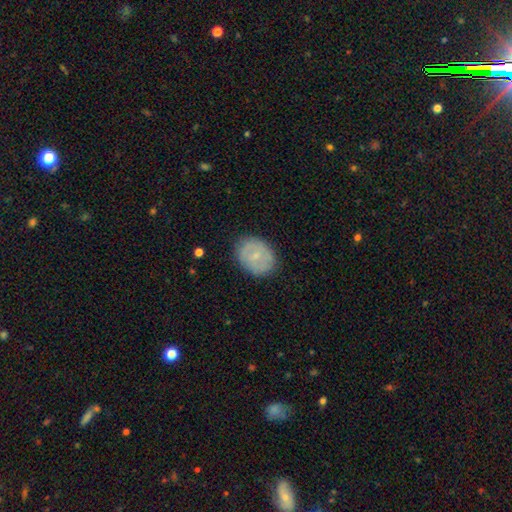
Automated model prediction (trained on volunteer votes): Smooth or featured?
  - smooth: 58% *
  - featured or disk: 35%
  - star or artifact: 7%
How rounded?
  - in between: 57% *
  - round: 42%
  - cigar-shaped: 1%
Merging?
  - none: 83% *
  - minor disturbance: 13%
  - major disturbance: 3%
  - merger: 1%